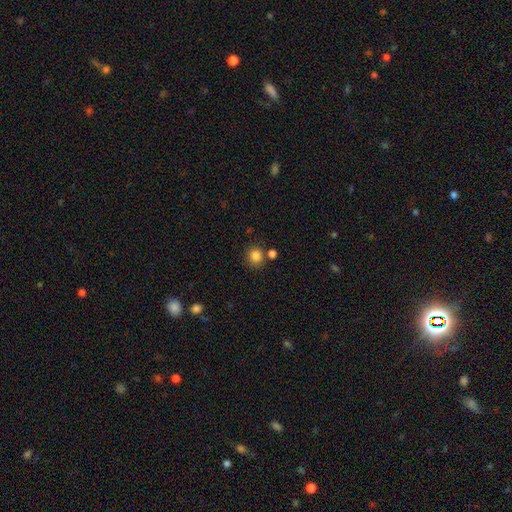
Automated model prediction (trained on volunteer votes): Q: Smooth or featured?
A: smooth (84%); runner-up: star or artifact (11%)
Q: How rounded?
A: round (82%); runner-up: in between (17%)
Q: Merging?
A: none (75%); runner-up: merger (11%)